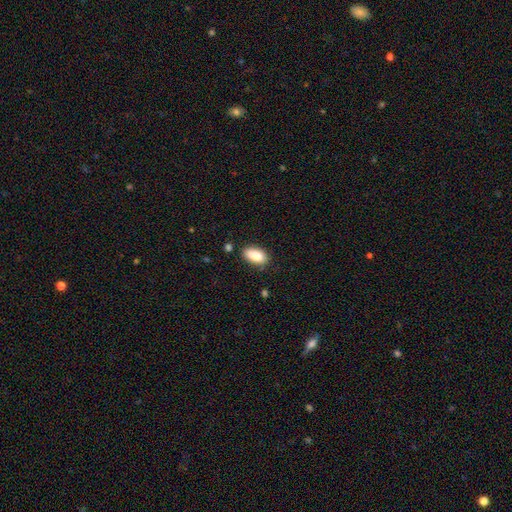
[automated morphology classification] A smooth galaxy with no disk features (88%) that is in between round and cigar-shaped (91%).

Vote fractions:
- Smooth or featured? smooth: 88% / star or artifact: 7% / featured or disk: 5%
- How rounded? in between: 91% / cigar-shaped: 6% / round: 3%
- Merging? none: 80% / minor disturbance: 15% / major disturbance: 3% / merger: 2%